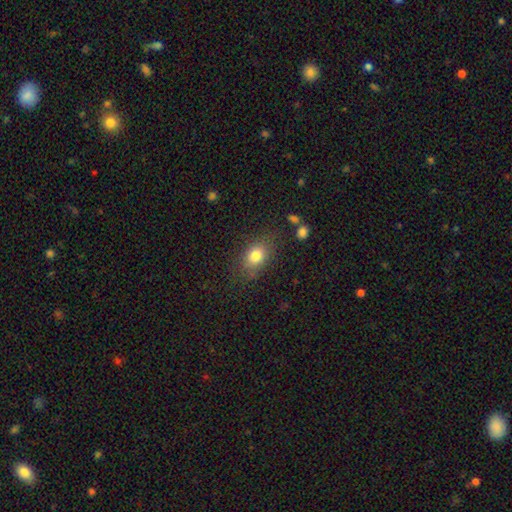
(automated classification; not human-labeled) Smooth or featured?
  - smooth: 80% *
  - featured or disk: 10%
  - star or artifact: 10%
How rounded?
  - in between: 70% *
  - round: 28%
  - cigar-shaped: 2%
Merging?
  - none: 74% *
  - minor disturbance: 17%
  - major disturbance: 7%
  - merger: 2%